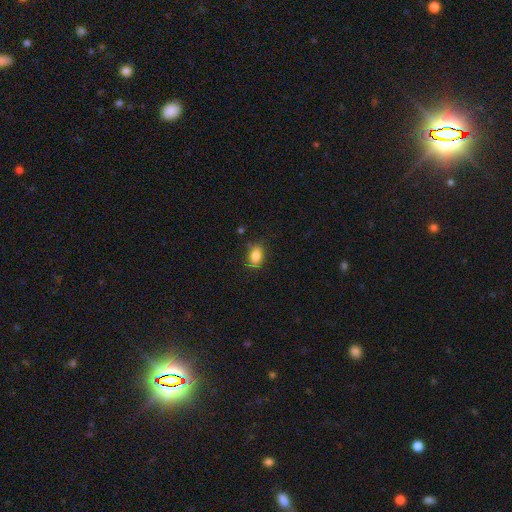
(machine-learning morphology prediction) Overall: smooth (84%). How rounded: in between (85%). Merging: none (75%).